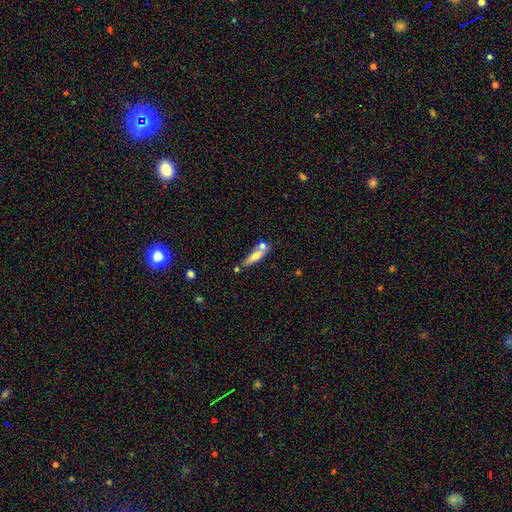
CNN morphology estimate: smooth_or_featured: smooth (p=0.62) [alt: featured or disk p=0.30]
how_rounded: cigar-shaped (p=0.69) [alt: in between p=0.28]
merging: none (p=0.49) [alt: merger p=0.30]